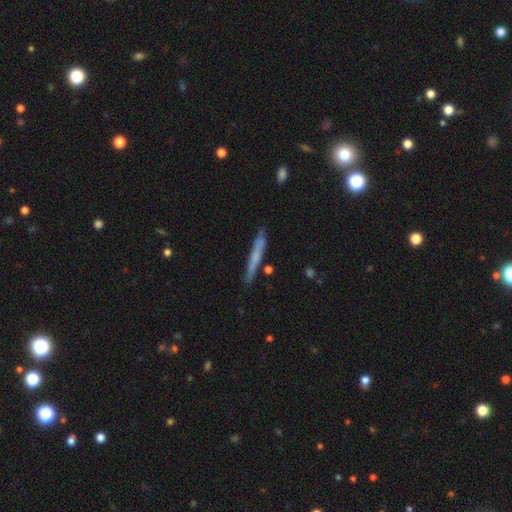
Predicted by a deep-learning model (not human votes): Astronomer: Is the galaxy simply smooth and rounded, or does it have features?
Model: smooth — 52% (runner-up: featured or disk, 41%).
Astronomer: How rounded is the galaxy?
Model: cigar-shaped — 95%.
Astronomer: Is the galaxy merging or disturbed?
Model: none — 80%.